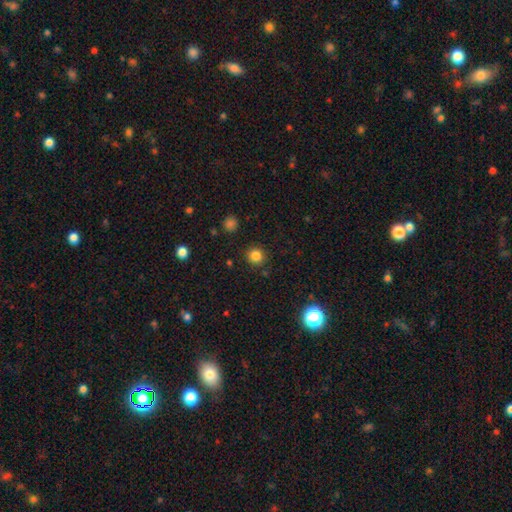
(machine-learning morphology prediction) Smooth or featured? smooth (83%)
How rounded? round (92%)
Merging? none (89%)